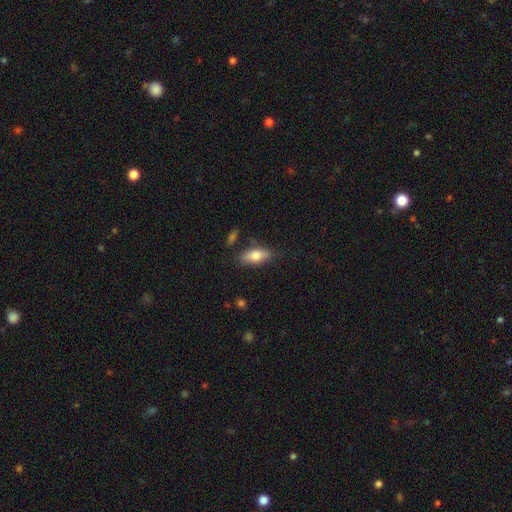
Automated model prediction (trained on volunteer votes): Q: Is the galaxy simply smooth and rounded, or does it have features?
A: smooth — 70%.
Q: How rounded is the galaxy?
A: in between — 78%.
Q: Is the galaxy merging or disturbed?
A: none — 76%.